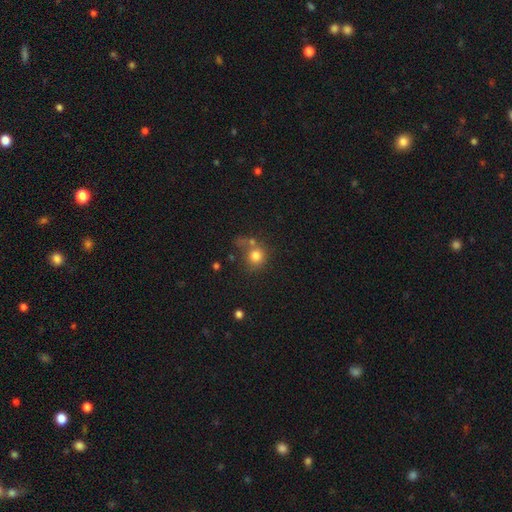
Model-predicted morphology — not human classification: Smooth or featured? smooth (79%)
How rounded? round (86%)
Merging? none (52%)